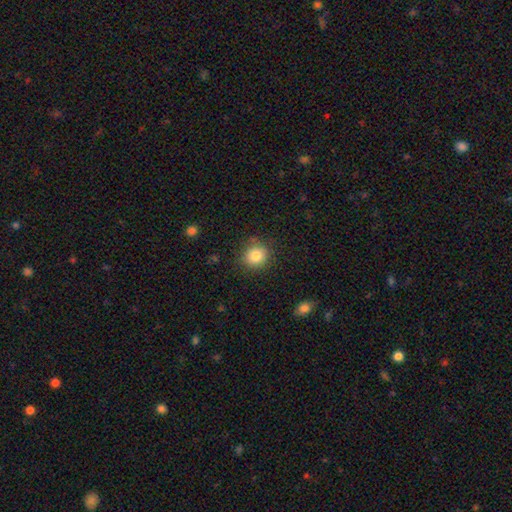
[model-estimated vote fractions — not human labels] A smooth galaxy with no disk features (82%) that is round (85%). Merging: none (84%).